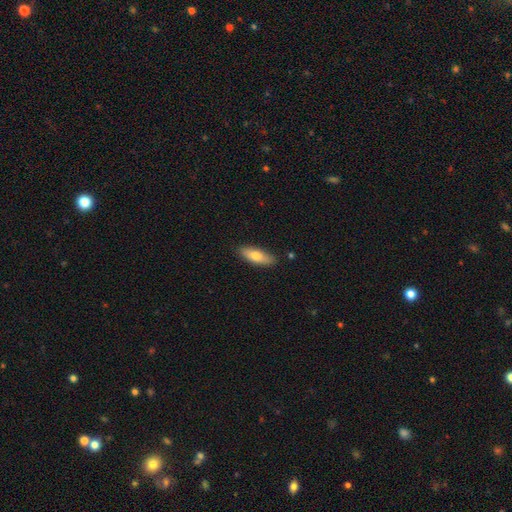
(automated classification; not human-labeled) Q: Smooth or featured?
A: smooth (75%); runner-up: featured or disk (19%)
Q: How rounded?
A: in between (63%); runner-up: cigar-shaped (35%)
Q: Merging?
A: none (85%); runner-up: minor disturbance (11%)